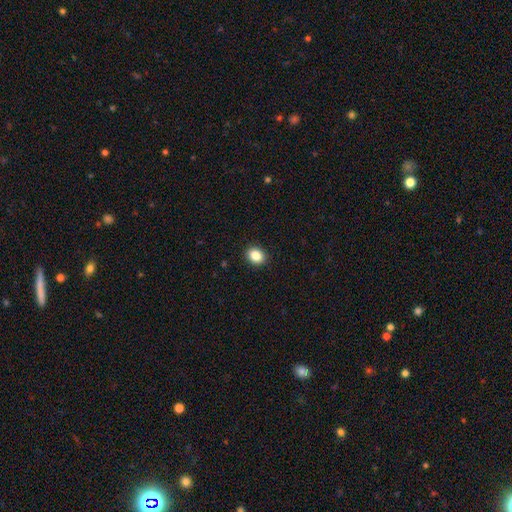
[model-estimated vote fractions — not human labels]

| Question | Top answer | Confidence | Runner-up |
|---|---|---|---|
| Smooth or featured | smooth | 85% | star or artifact (10%) |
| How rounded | round | 56% | in between (43%) |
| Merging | none | 92% | minor disturbance (6%) |